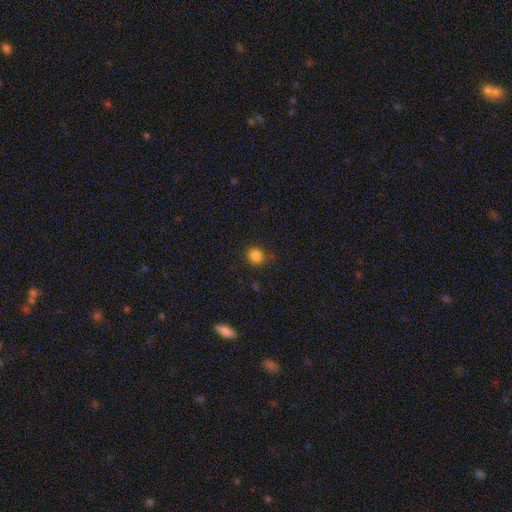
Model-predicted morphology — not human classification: A smooth galaxy with no disk features (82%) that is round (76%).

Vote fractions:
- Smooth or featured? smooth: 82% / star or artifact: 13% / featured or disk: 5%
- How rounded? round: 76% / in between: 23% / cigar-shaped: 1%
- Merging? none: 77% / minor disturbance: 17% / major disturbance: 5% / merger: 2%